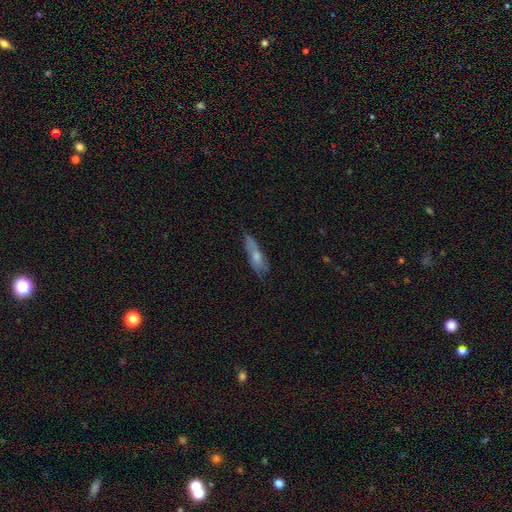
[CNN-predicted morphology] Smooth or featured: smooth — 57% (featured or disk — 35%)
How rounded: cigar-shaped — 56% (in between — 41%)
Merging: none — 56% (minor disturbance — 31%)